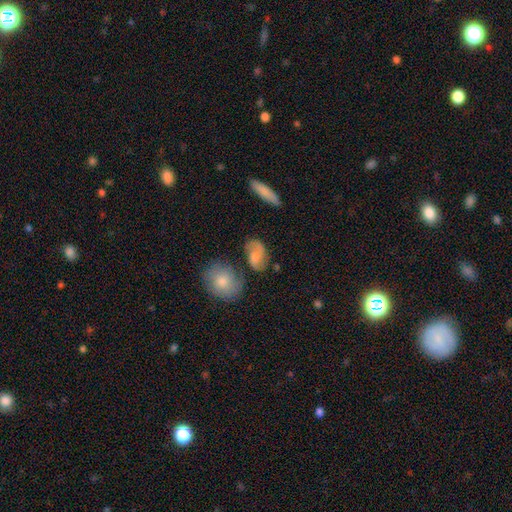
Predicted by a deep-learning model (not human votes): Smooth or featured: smooth — 56% (featured or disk — 36%)
How rounded: in between — 83% (round — 14%)
Merging: none — 57% (minor disturbance — 23%)